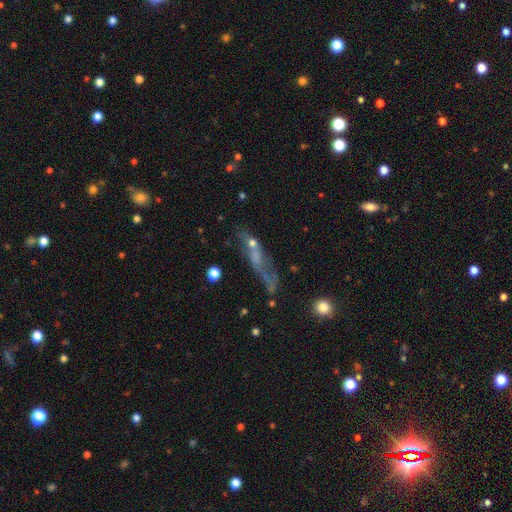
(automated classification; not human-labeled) This appears to be a featured or disk galaxy (51%). Merging: none (42%).